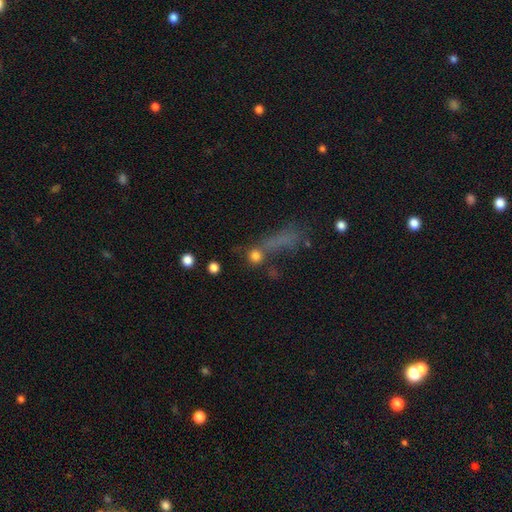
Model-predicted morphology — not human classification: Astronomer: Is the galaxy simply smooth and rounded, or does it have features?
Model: smooth — 74%.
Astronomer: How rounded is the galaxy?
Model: round — 84%.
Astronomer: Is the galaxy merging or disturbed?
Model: none — 54%.